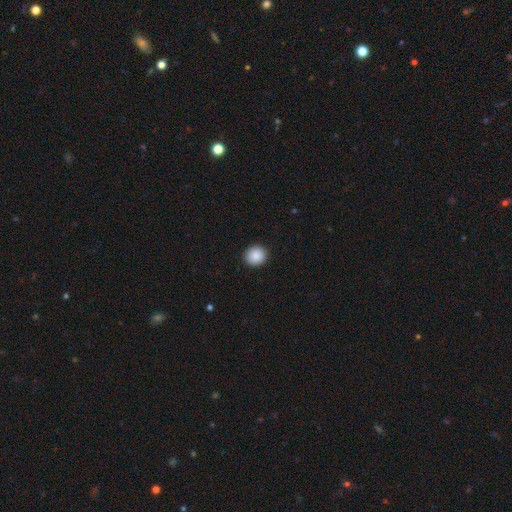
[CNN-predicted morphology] Smooth or featured?
  - smooth: 89% *
  - star or artifact: 8%
  - featured or disk: 3%
How rounded?
  - round: 88% *
  - in between: 11%
  - cigar-shaped: 1%
Merging?
  - none: 92% *
  - minor disturbance: 5%
  - major disturbance: 2%
  - merger: 1%